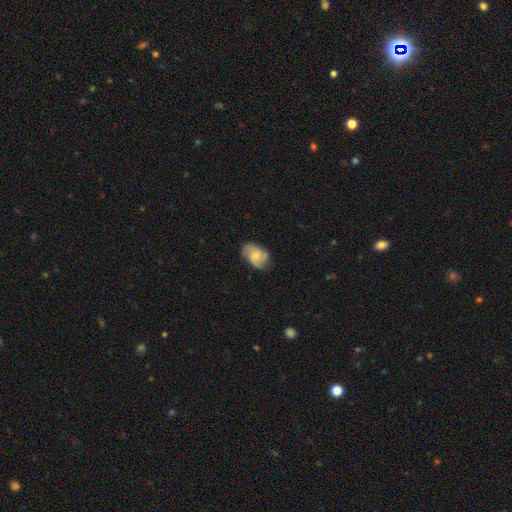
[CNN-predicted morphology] This is possibly a featured or disk galaxy (49%). Merging: likely none (66%).